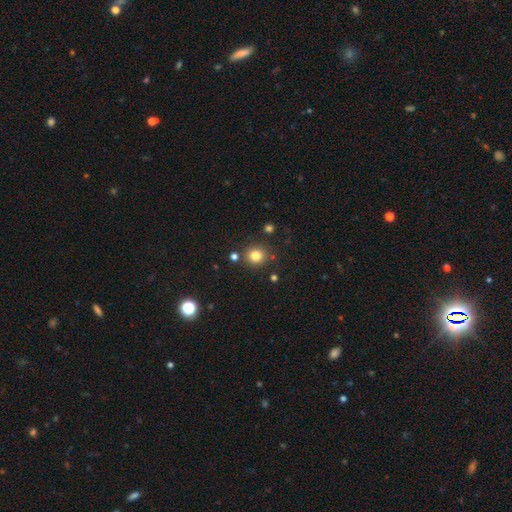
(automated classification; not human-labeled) A smooth galaxy with no disk features (81%) that is round (88%).

Vote fractions:
- Smooth or featured? smooth: 81% / star or artifact: 13% / featured or disk: 6%
- How rounded? round: 88% / in between: 11% / cigar-shaped: 1%
- Merging? none: 83% / minor disturbance: 8% / merger: 6% / major disturbance: 3%